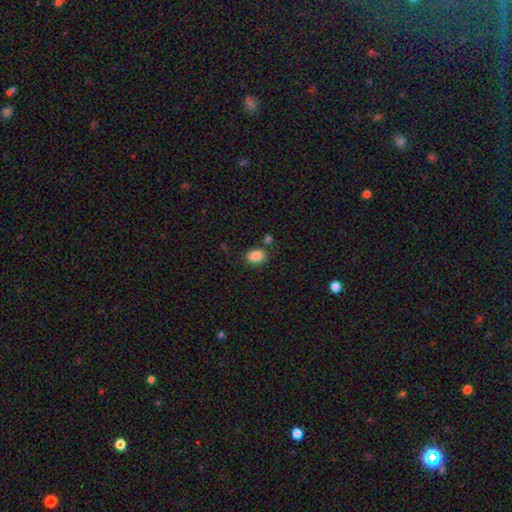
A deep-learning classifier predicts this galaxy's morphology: This appears to be a smooth galaxy with no disk features (87%) that is in between round and cigar-shaped (78%). Merging: none (78%).